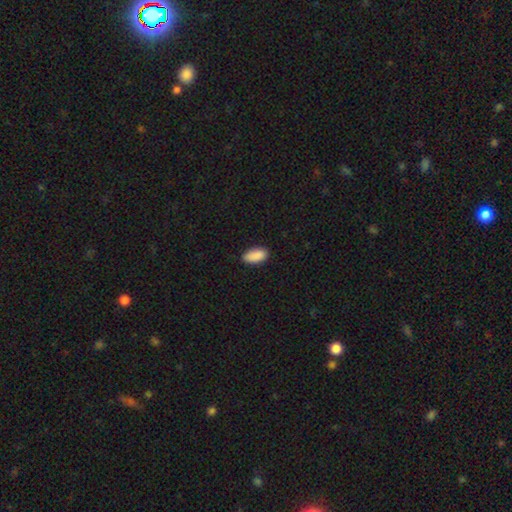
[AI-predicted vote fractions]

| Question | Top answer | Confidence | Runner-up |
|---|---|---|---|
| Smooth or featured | smooth | 91% | star or artifact (7%) |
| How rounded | in between | 93% | cigar-shaped (5%) |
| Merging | none | 86% | minor disturbance (12%) |